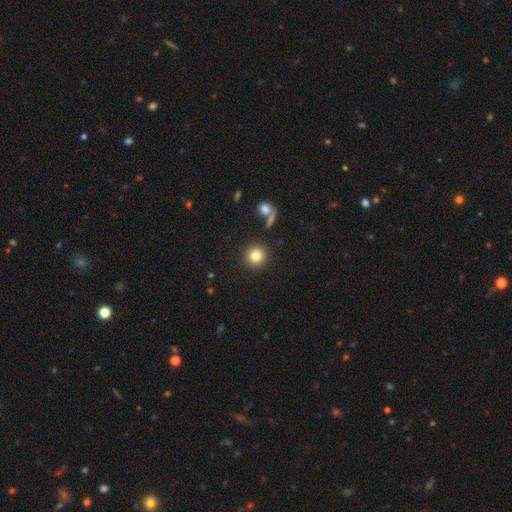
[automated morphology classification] type=smooth (82%); roundness=round (94%); merging=none (88%).